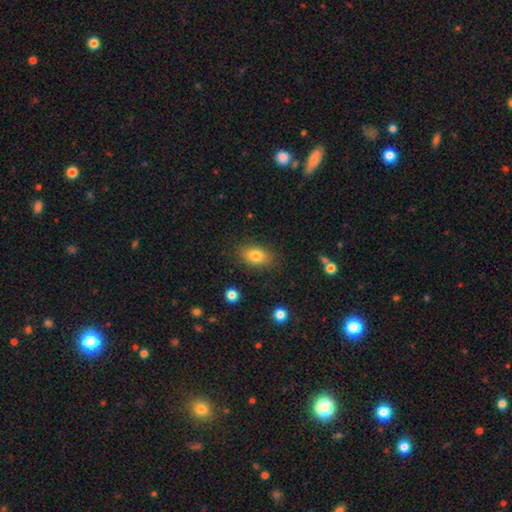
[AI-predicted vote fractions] This is clearly a smooth galaxy (80%). How rounded: clearly in between (83%). Merging: clearly none (84%).